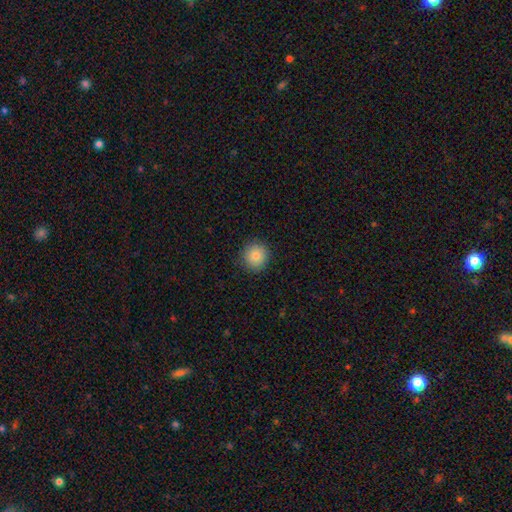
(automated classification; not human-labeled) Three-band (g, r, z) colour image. It shows a smooth galaxy with no disk features (81%) that is round (93%). Merging: none (91%).